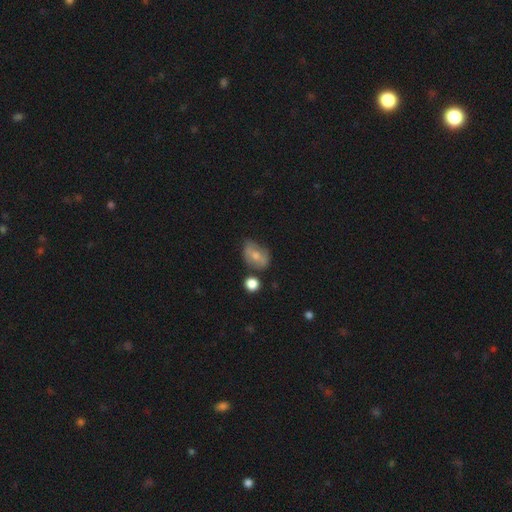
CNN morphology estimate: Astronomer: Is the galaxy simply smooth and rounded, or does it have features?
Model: smooth — 57% (runner-up: featured or disk, 34%).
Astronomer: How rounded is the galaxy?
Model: in between — 69%.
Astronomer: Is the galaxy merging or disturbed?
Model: none — 53% (runner-up: minor disturbance, 31%).